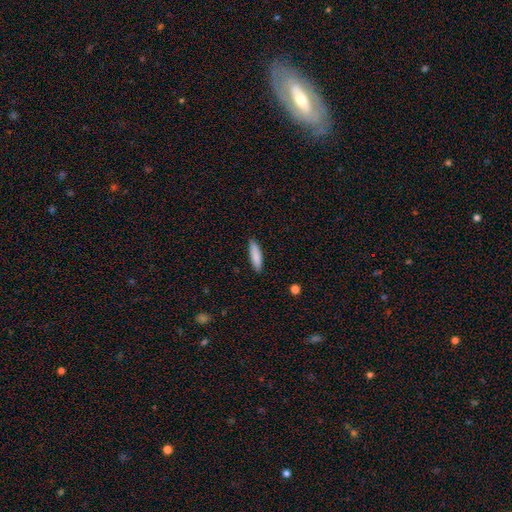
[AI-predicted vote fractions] Smooth or featured?
  - smooth: 87% *
  - featured or disk: 7%
  - star or artifact: 6%
How rounded?
  - cigar-shaped: 69% *
  - in between: 29%
  - round: 1%
Merging?
  - none: 89% *
  - minor disturbance: 9%
  - major disturbance: 2%
  - merger: 1%